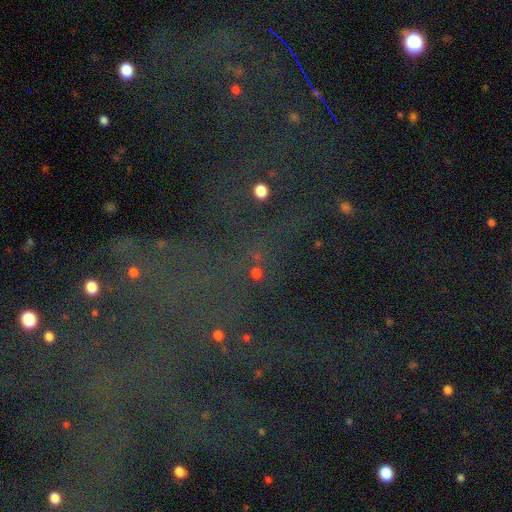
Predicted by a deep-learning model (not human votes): star or artifact 78%, smooth 12%, featured or disk 10%.